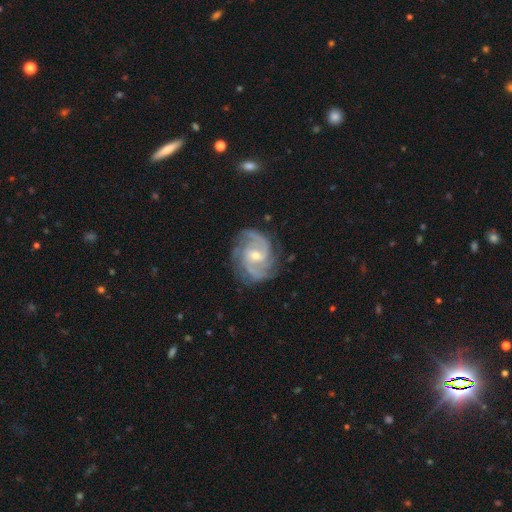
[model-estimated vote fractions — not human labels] Q: Smooth or featured?
A: featured or disk (92%); runner-up: star or artifact (5%)
Q: Edge-on disk?
A: no (98%); runner-up: yes (2%)
Q: Bar?
A: no (46%); runner-up: weak (42%)
Q: Spiral arms?
A: yes (98%); runner-up: no (2%)
Q: Spiral winding?
A: medium (48%); runner-up: tight (42%)
Q: Spiral arm count?
A: 2 (44%); runner-up: 3 (29%)
Q: Bulge size?
A: small (55%); runner-up: moderate (43%)
Q: Merging?
A: none (77%); runner-up: minor disturbance (16%)